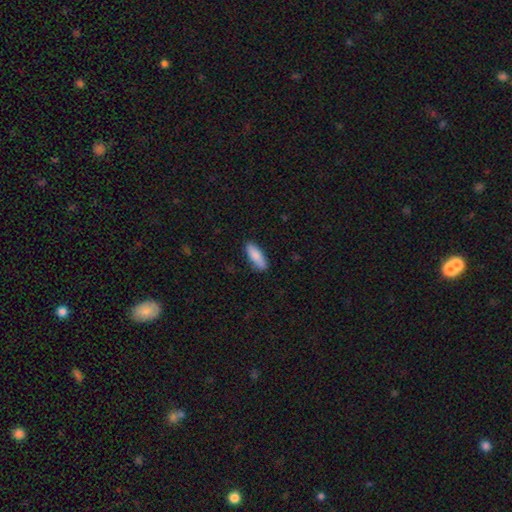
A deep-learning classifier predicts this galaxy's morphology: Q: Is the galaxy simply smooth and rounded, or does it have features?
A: smooth — 87%.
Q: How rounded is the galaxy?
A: in between — 60%.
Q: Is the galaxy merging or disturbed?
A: none — 86%.